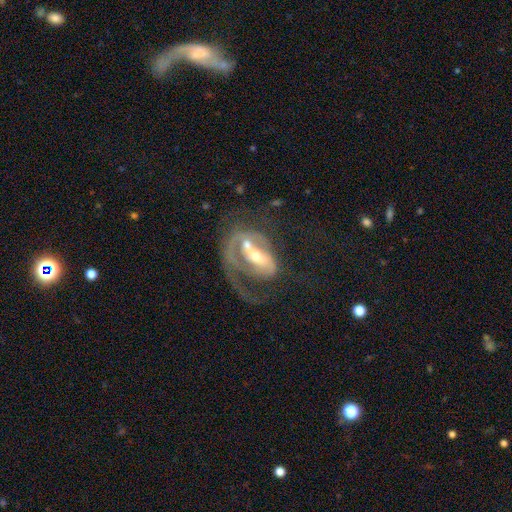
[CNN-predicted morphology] A featured or disk galaxy (75%) with no bar (37%), 1 (57%) medium (38%) spiral arms (72%) and a moderate central bulge (62%). Merging: merger (35%).